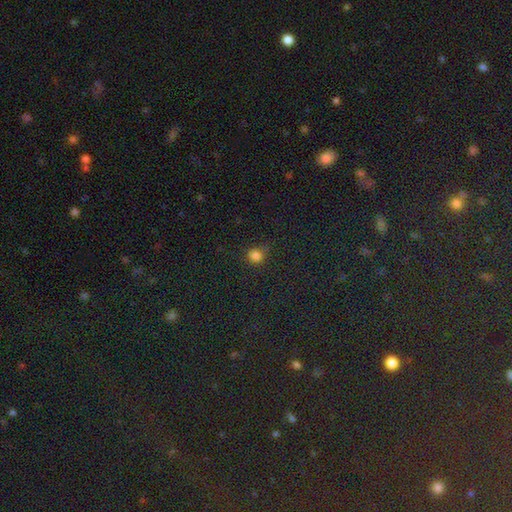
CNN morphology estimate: Smooth or featured?
  - smooth: 80% *
  - star or artifact: 15%
  - featured or disk: 4%
How rounded?
  - round: 87% *
  - in between: 12%
  - cigar-shaped: 1%
Merging?
  - none: 75% *
  - minor disturbance: 17%
  - major disturbance: 6%
  - merger: 3%